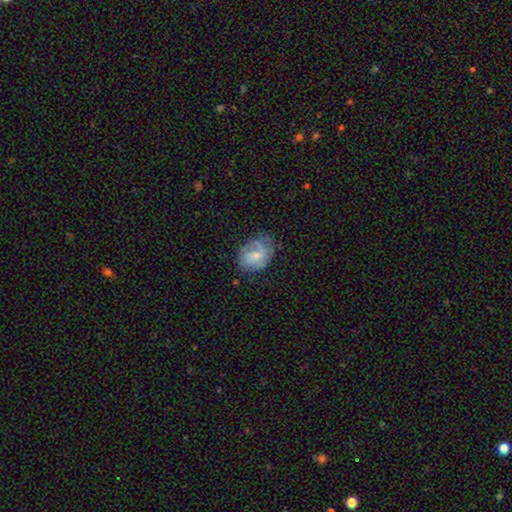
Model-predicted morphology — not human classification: A featured or disk galaxy (62%) with a weak bar (51%), 2 (55%) medium (44%) spiral arms (85%) and a small central bulge (50%).

Vote fractions:
- Smooth or featured? featured or disk: 62% / smooth: 31% / star or artifact: 7%
- Edge-on disk? no: 97% / yes: 3%
- Bar? weak: 51% / no: 37% / strong: 12%
- Spiral arms? yes: 85% / no: 15%
- Spiral winding? medium: 44% / loose: 32% / tight: 24%
- Spiral arm count? 2: 55% / can't tell: 19% / 1: 16% / 3: 7% / 4: 2% / more than 4: 2%
- Bulge size? small: 50% / moderate: 35% / none: 11% / large: 3% / dominant: 1%
- Merging? none: 57% / minor disturbance: 26% / major disturbance: 15% / merger: 2%